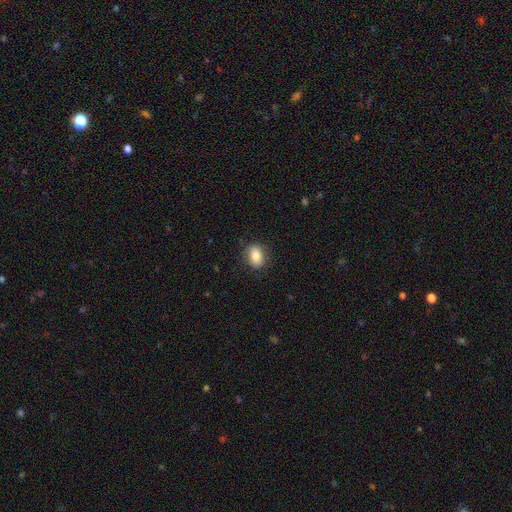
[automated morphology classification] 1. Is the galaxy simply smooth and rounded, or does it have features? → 81% smooth, 10% featured or disk, 9% star or artifact.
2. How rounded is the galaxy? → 73% in between, 25% round, 1% cigar-shaped.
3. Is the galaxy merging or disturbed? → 82% none, 13% minor disturbance, 3% major disturbance, 1% merger.